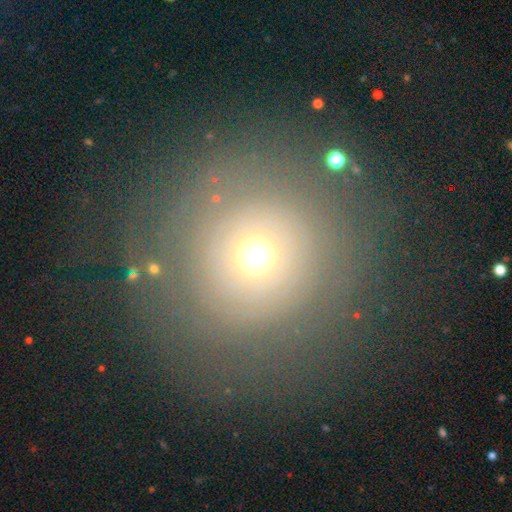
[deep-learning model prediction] Overall: smooth (50%; featured or disk 33%). Merging: none (72%).